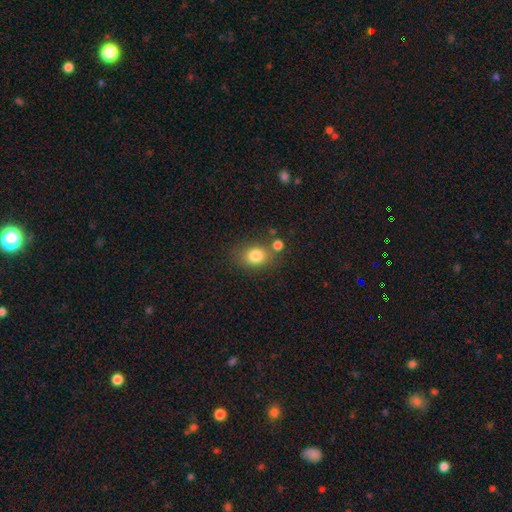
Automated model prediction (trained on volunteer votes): smooth_or_featured: smooth (p=0.83) [alt: star or artifact p=0.10]
how_rounded: in between (p=0.51) [alt: round p=0.48]
merging: none (p=0.67) [alt: minor disturbance p=0.15]